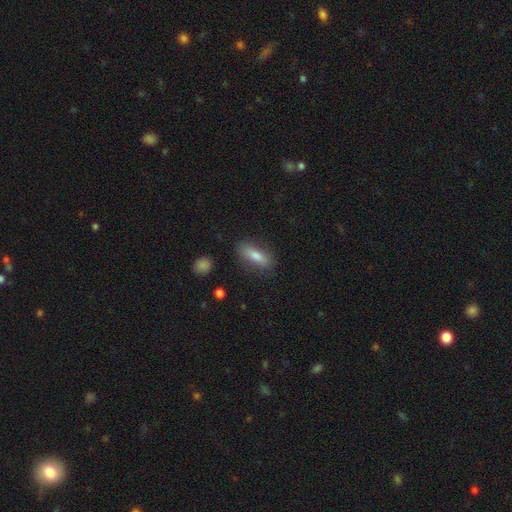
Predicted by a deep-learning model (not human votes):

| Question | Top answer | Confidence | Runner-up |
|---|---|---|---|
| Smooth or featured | smooth | 75% | featured or disk (17%) |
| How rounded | in between | 57% | cigar-shaped (40%) |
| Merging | none | 81% | minor disturbance (13%) |